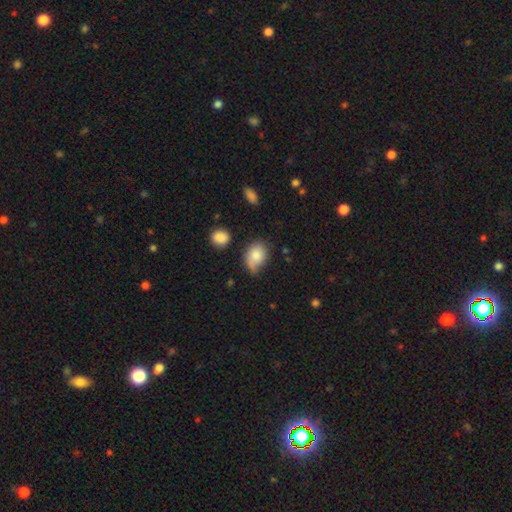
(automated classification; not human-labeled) Overall: smooth (78%). How rounded: in between (65%; round 34%). Merging: none (43%; minor disturbance 36%).